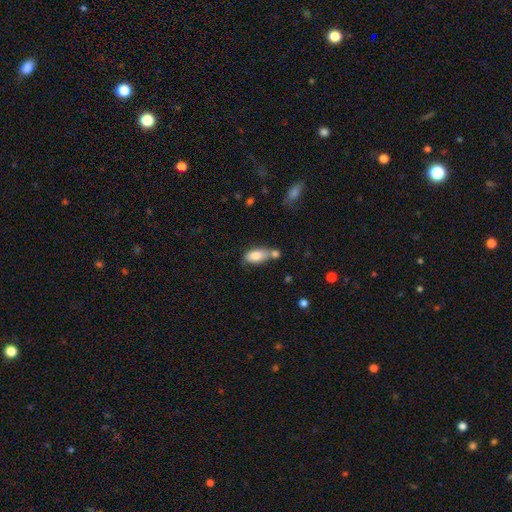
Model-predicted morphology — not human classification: The model was most divided on "merging": none: 41%, merger: 34%, minor disturbance: 19%, major disturbance: 6%. More confident: how rounded — in between (90%); smooth or featured — smooth (82%).